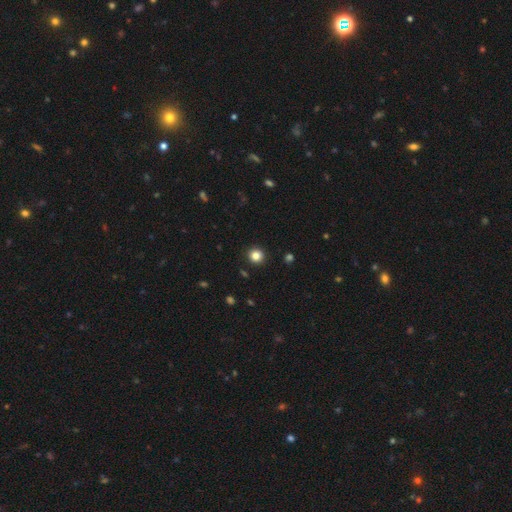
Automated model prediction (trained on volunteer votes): Q: Smooth or featured?
A: smooth (83%); runner-up: star or artifact (12%)
Q: How rounded?
A: round (94%); runner-up: in between (5%)
Q: Merging?
A: none (93%); runner-up: minor disturbance (4%)